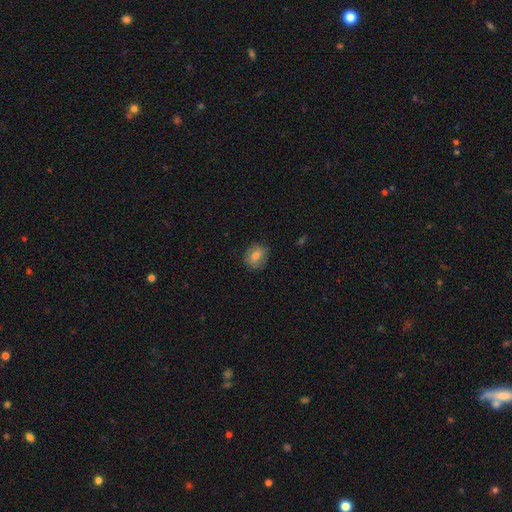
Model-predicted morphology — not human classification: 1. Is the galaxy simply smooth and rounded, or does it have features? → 76% smooth, 15% featured or disk, 9% star or artifact.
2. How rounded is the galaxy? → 70% round, 28% in between, 1% cigar-shaped.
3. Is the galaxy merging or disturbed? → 83% none, 13% minor disturbance, 3% major disturbance, 1% merger.